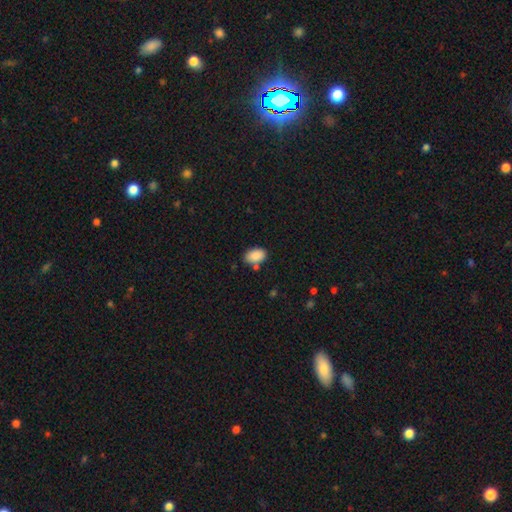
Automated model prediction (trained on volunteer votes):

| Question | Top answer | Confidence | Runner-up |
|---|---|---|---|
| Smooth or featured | smooth | 88% | star or artifact (8%) |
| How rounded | in between | 89% | round (9%) |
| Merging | none | 75% | minor disturbance (14%) |